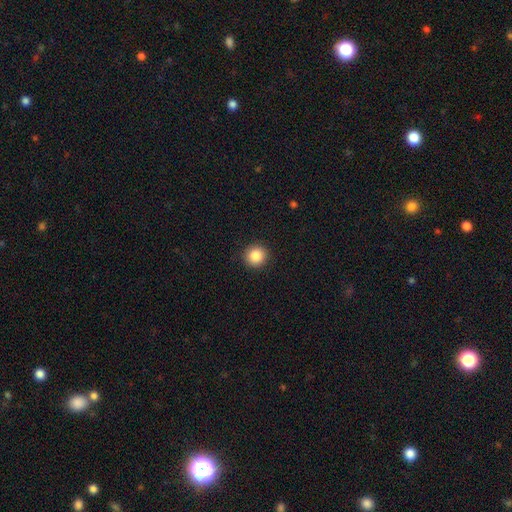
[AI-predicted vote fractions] A smooth galaxy with no disk features (86%) that is round (93%). Merging: none (92%).